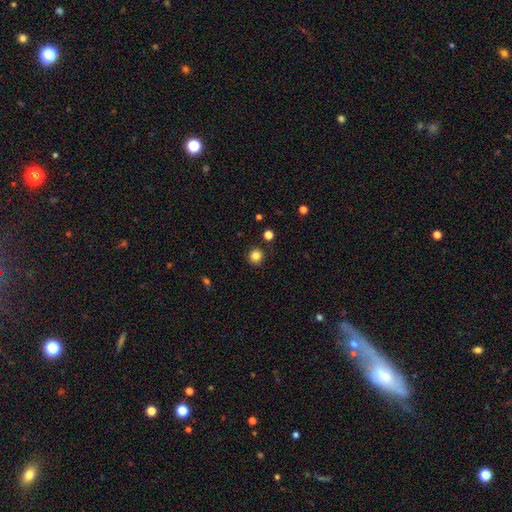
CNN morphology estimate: This is clearly a smooth galaxy (83%). How rounded: clearly round (95%). Merging: clearly none (91%).